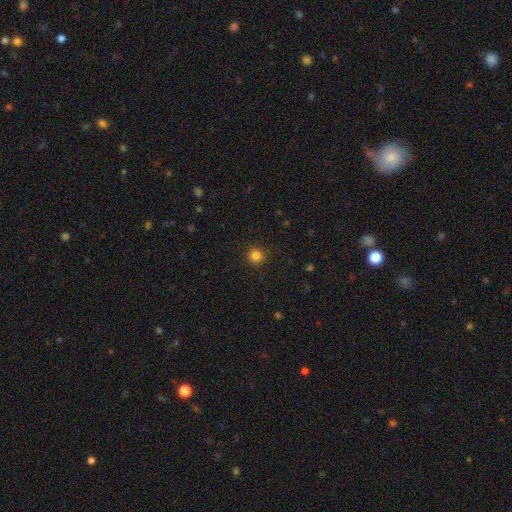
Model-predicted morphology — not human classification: Q: Smooth or featured?
A: smooth (83%); runner-up: star or artifact (13%)
Q: How rounded?
A: round (93%); runner-up: in between (6%)
Q: Merging?
A: none (91%); runner-up: minor disturbance (6%)